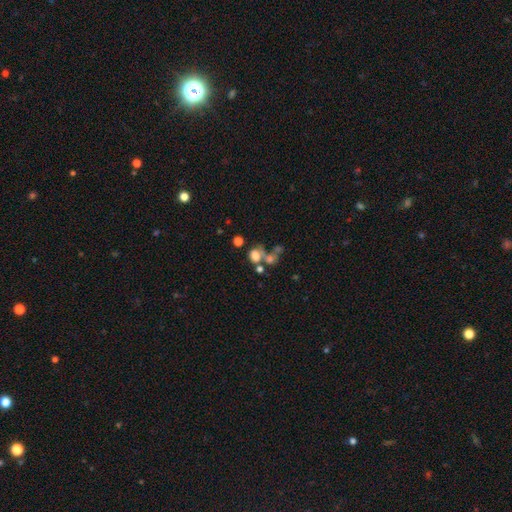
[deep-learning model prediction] Smooth or featured: smooth — 66% (featured or disk — 18%)
How rounded: round — 57% (in between — 42%)
Merging: merger — 45% (none — 32%)